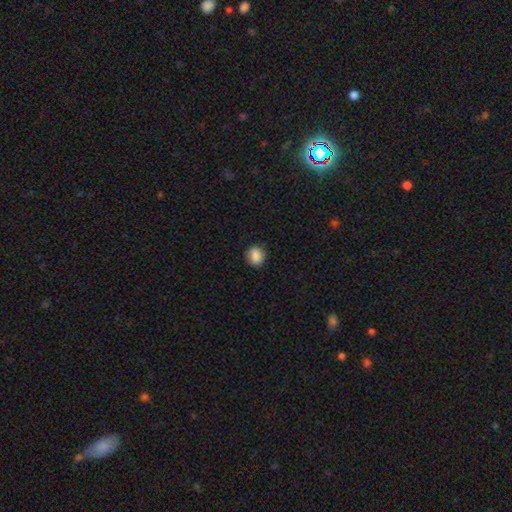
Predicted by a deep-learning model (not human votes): Smooth or featured: smooth — 87% (star or artifact — 8%)
How rounded: round — 65% (in between — 34%)
Merging: none — 85% (minor disturbance — 11%)